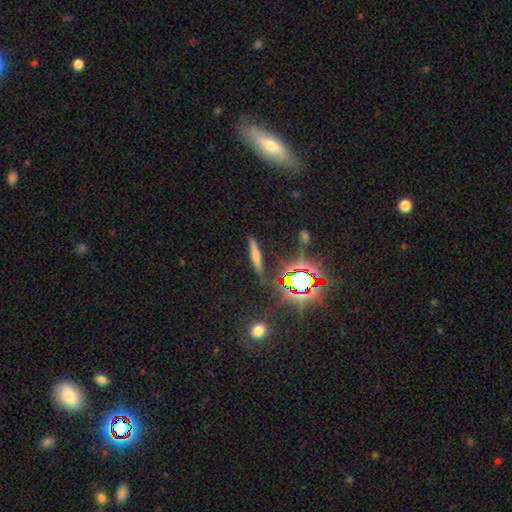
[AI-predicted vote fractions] smooth_or_featured: smooth (p=0.55) [alt: featured or disk p=0.24]
how_rounded: cigar-shaped (p=0.87) [alt: in between p=0.10]
merging: none (p=0.83) [alt: minor disturbance p=0.11]